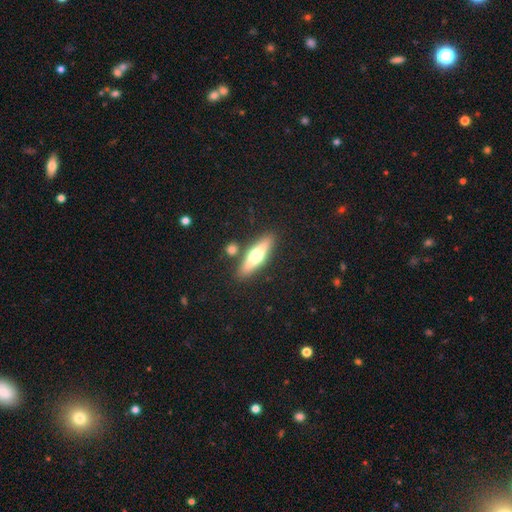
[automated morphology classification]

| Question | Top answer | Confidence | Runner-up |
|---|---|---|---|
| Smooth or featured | featured or disk | 50% | smooth (43%) |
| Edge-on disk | yes | 91% | no (9%) |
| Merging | none | 84% | minor disturbance (9%) |